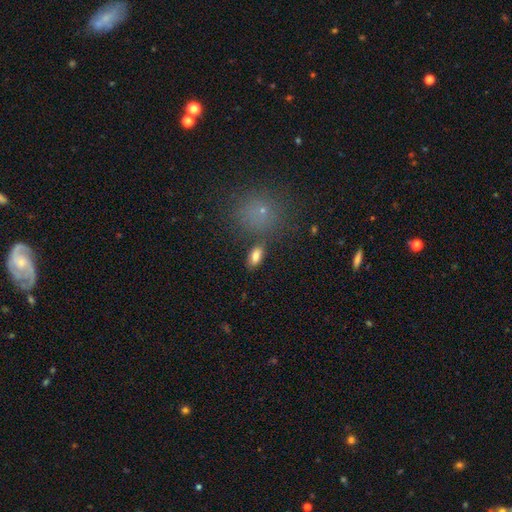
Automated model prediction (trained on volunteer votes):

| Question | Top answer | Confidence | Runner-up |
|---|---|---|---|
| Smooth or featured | smooth | 83% | star or artifact (9%) |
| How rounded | in between | 90% | round (5%) |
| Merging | none | 77% | minor disturbance (12%) |